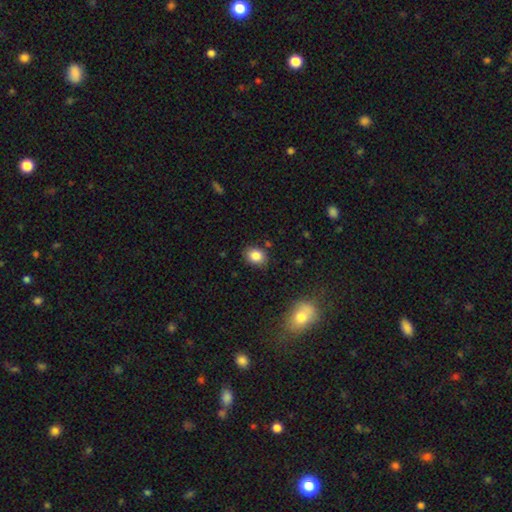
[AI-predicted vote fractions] smooth 85%, star or artifact 10%, featured or disk 6%. Down the decision tree: how rounded — in between (54%); merging — none (83%).